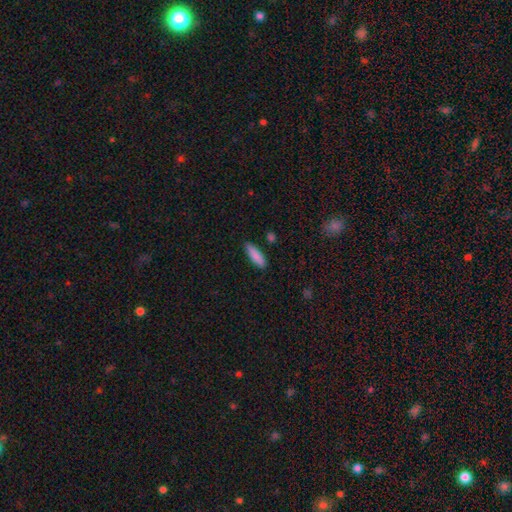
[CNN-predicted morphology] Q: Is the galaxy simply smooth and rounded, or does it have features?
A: smooth — 87%.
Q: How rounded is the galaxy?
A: cigar-shaped — 57%.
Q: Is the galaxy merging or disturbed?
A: none — 84%.